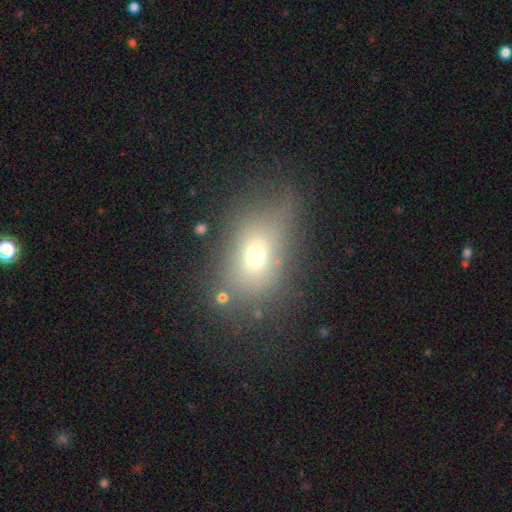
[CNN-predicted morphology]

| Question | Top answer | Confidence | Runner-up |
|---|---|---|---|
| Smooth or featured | smooth | 63% | featured or disk (19%) |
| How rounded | in between | 71% | round (27%) |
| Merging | none | 55% | minor disturbance (25%) |